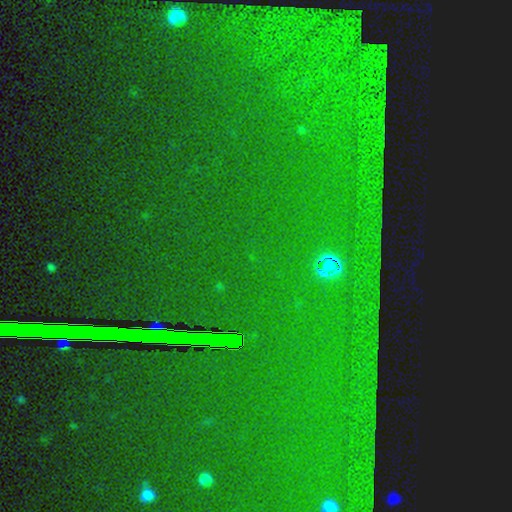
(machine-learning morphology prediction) Smooth or featured: star or artifact — 85% (featured or disk — 8%)